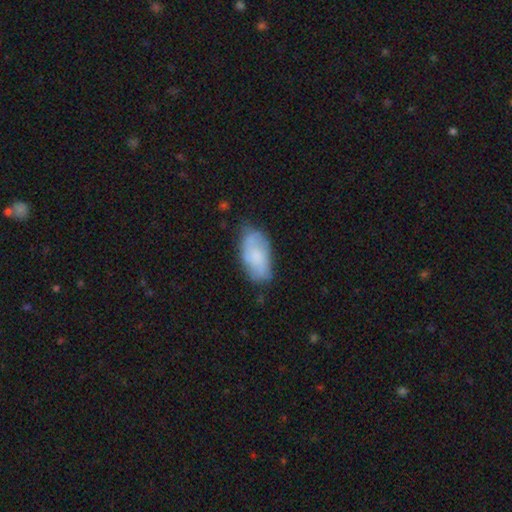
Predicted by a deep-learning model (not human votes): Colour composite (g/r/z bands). It shows a smooth galaxy with no disk features (66%) that is in between round and cigar-shaped (94%). Merging: none (63%).